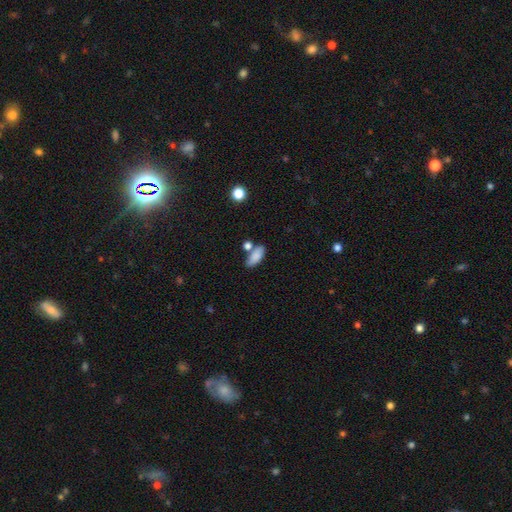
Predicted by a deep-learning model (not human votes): This is clearly a smooth galaxy (85%). How rounded: clearly in between (82%). Merging: likely none (61%).